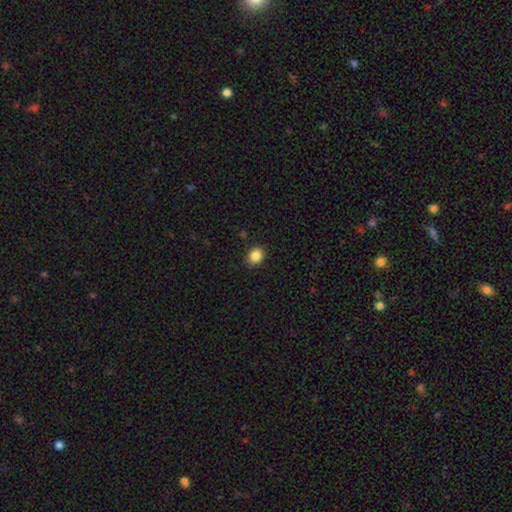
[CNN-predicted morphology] type=smooth (87%); roundness=round (56%); merging=none (84%).